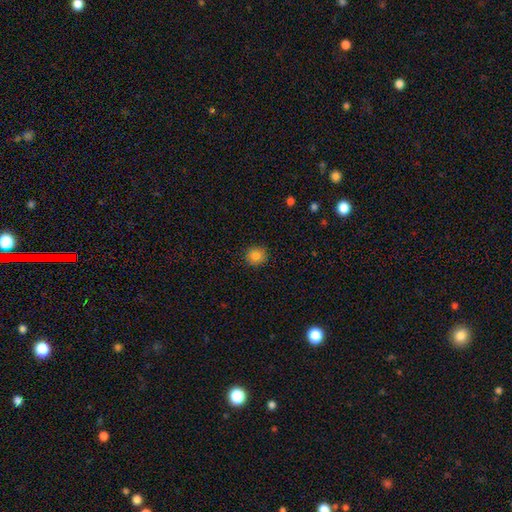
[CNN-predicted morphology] A smooth galaxy with no disk features (83%) that is round (91%). Merging: none (90%).